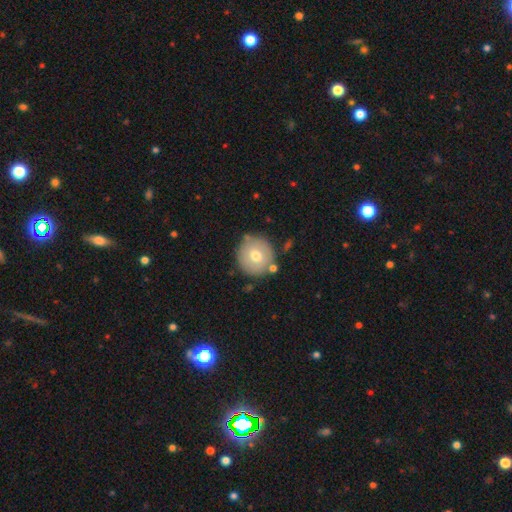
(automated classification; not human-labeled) smooth_or_featured: smooth (p=0.68) [alt: featured or disk p=0.23]
how_rounded: round (p=0.93) [alt: in between p=0.06]
merging: none (p=0.79) [alt: minor disturbance p=0.11]